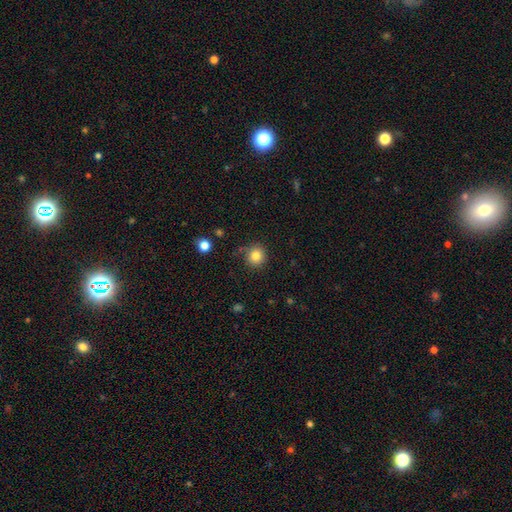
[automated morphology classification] Smooth or featured?
  - smooth: 83% *
  - star or artifact: 11%
  - featured or disk: 6%
How rounded?
  - round: 93% *
  - in between: 7%
  - cigar-shaped: 1%
Merging?
  - none: 83% *
  - minor disturbance: 11%
  - major disturbance: 3%
  - merger: 3%